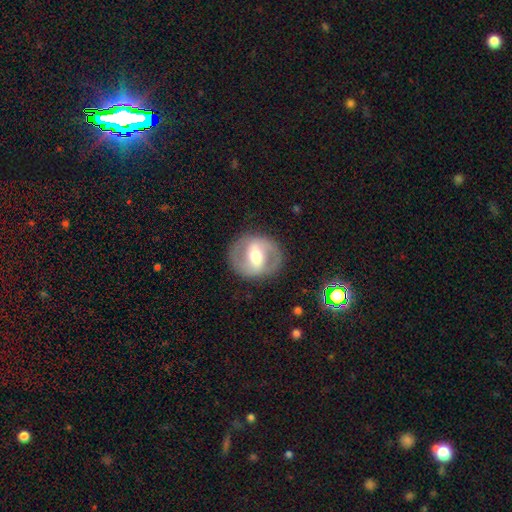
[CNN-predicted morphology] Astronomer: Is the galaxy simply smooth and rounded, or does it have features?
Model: featured or disk — 73%.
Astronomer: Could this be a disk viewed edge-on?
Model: no — 96%.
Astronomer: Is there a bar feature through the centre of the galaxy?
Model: strong — 48% (runner-up: weak, 36%).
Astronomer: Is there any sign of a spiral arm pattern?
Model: yes — 69%.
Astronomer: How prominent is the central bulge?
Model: moderate — 66%.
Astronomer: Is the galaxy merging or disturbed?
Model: none — 85%.